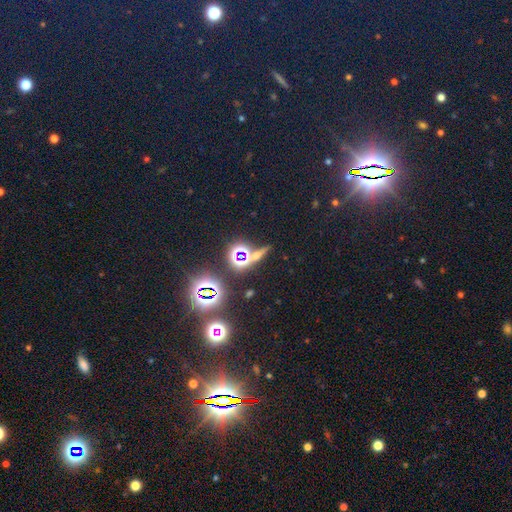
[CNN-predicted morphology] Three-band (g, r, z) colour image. It shows a star or artifact, not a galaxy (51%).